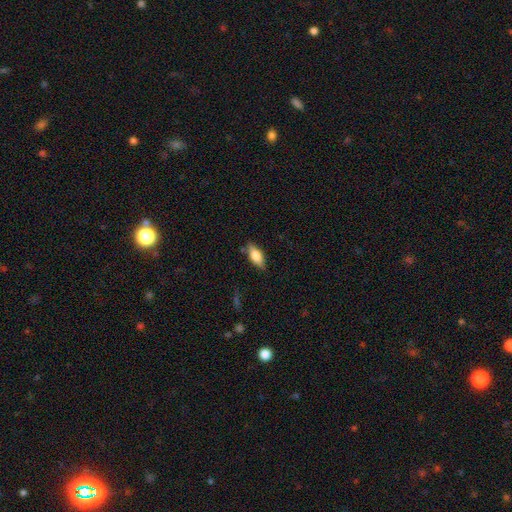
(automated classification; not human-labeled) smooth-or-featured: smooth: 74% | featured or disk: 19% | star or artifact: 7%
  how-rounded: in between: 80% | cigar-shaped: 17% | round: 3%
  merging: none: 80% | minor disturbance: 15% | major disturbance: 3% | merger: 2%